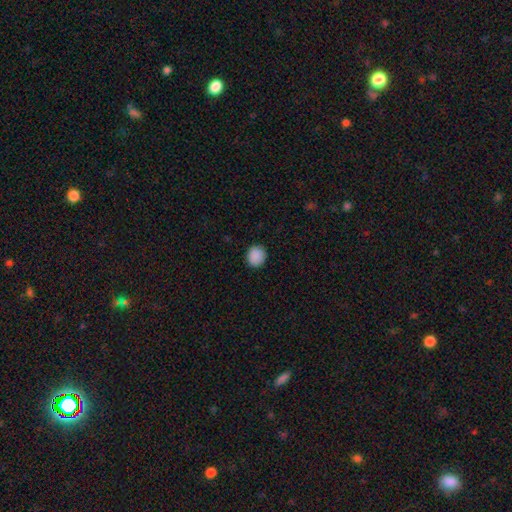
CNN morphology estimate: Overall: smooth (89%). How rounded: round (79%). Merging: none (90%).